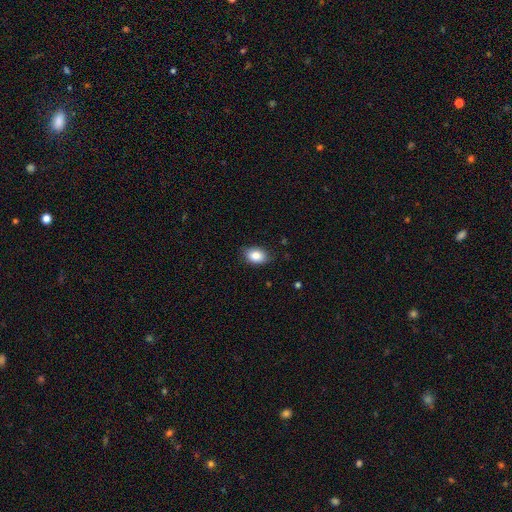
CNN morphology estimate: Smooth or featured: smooth — 86% (star or artifact — 8%)
How rounded: in between — 84% (round — 15%)
Merging: none — 82% (minor disturbance — 14%)